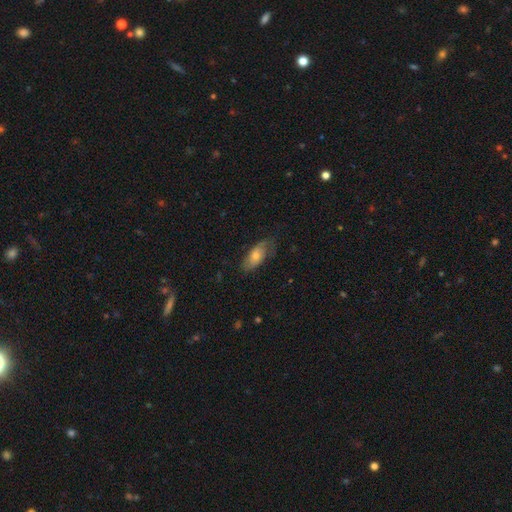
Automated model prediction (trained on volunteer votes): This appears to be a smooth galaxy with no disk features (59%) that is in between round and cigar-shaped (86%). Merging: none (65%).